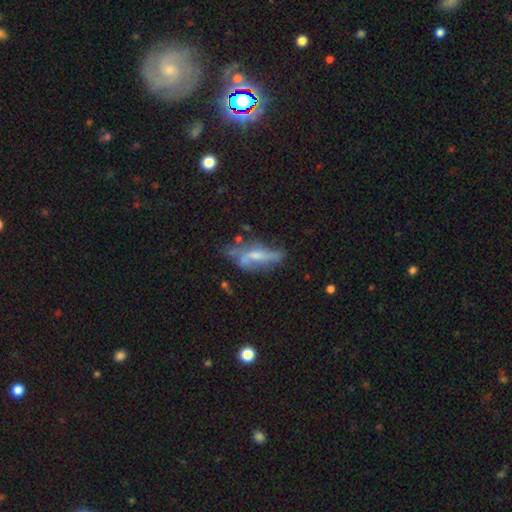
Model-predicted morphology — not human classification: smooth-or-featured: featured or disk: 59% | smooth: 32% | star or artifact: 9%
  disk-edge-on: no: 71% | yes: 29%
  merging: none: 40% | minor disturbance: 27% | major disturbance: 24% | merger: 8%